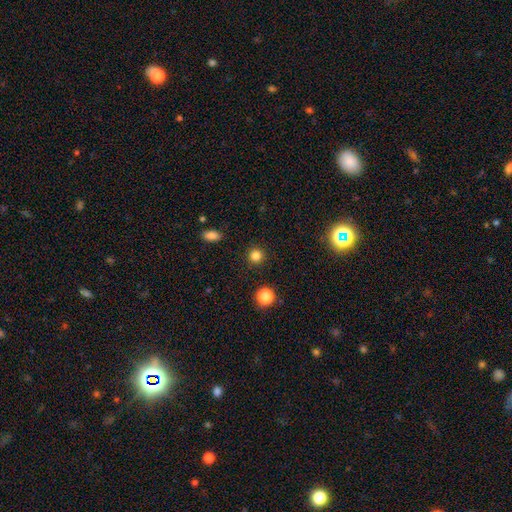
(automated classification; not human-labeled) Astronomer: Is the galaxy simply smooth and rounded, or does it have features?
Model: smooth — 83%.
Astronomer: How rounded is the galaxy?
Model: round — 94%.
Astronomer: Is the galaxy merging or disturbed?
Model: none — 92%.